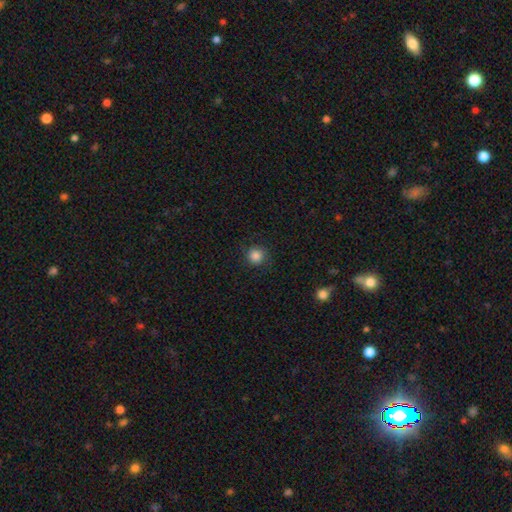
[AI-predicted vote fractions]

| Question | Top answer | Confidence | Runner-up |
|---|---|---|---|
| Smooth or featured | smooth | 84% | star or artifact (11%) |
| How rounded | round | 93% | in between (6%) |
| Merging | none | 86% | minor disturbance (10%) |